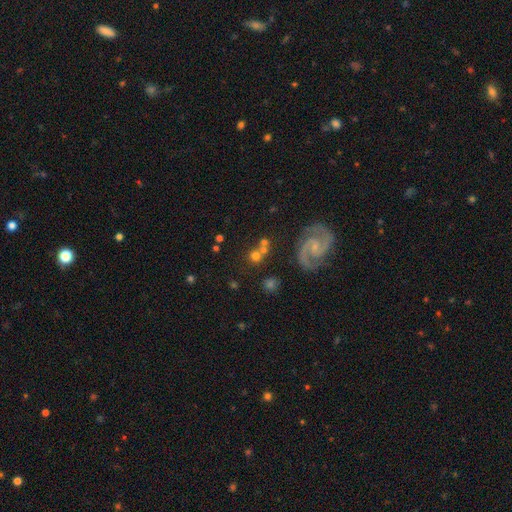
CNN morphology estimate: Smooth or featured: smooth — 48% (featured or disk — 34%)
Merging: none — 64% (merger — 19%)